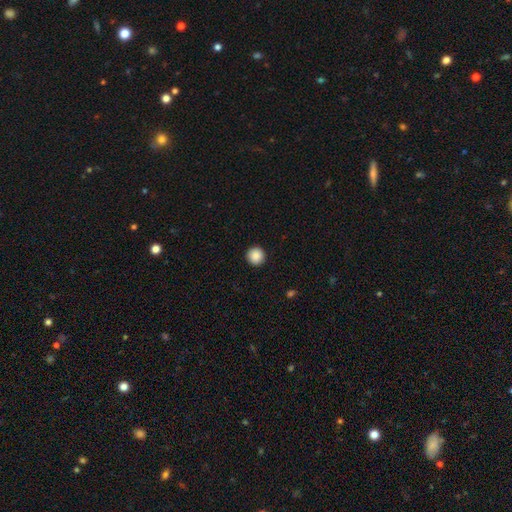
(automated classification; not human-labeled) Smooth or featured: smooth — 89% (star or artifact — 9%)
How rounded: round — 96% (in between — 3%)
Merging: none — 93% (minor disturbance — 4%)